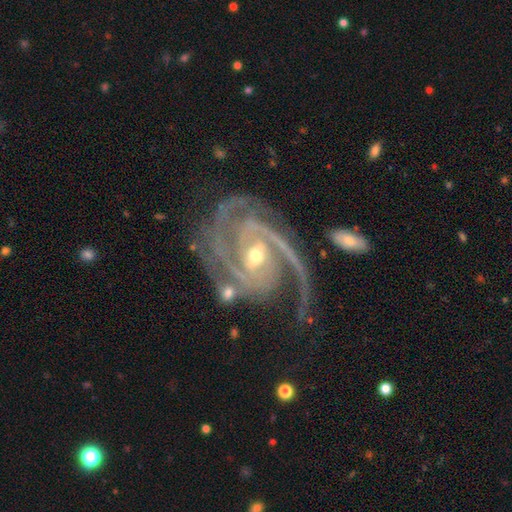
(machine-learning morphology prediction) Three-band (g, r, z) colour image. It shows a featured or disk galaxy (93%) with no bar (40%), 2 (52%) tight (50%) spiral arms (98%) and a moderate central bulge (49%). Merging: none (56%).